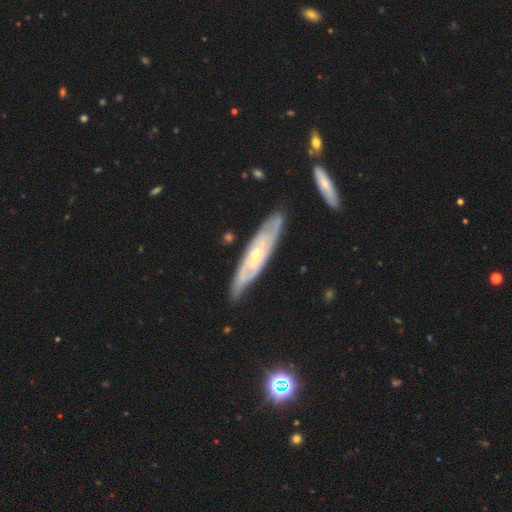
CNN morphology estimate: featured or disk 76%, smooth 19%, star or artifact 5%. Down the decision tree: edge-on disk — no (64%); merging — none (78%).